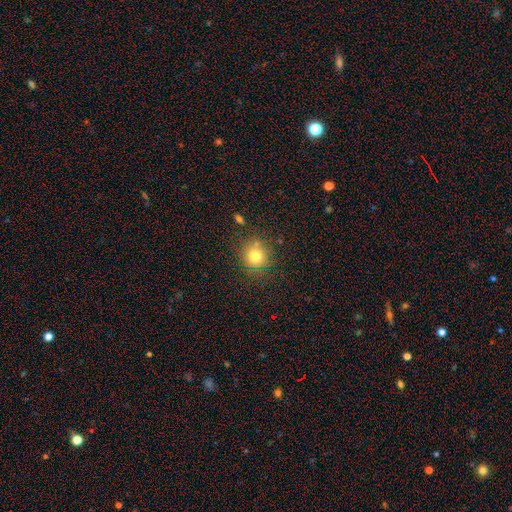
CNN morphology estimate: smooth_or_featured: smooth (p=0.78) [alt: star or artifact p=0.14]
how_rounded: round (p=0.91) [alt: in between p=0.08]
merging: none (p=0.81) [alt: minor disturbance p=0.10]